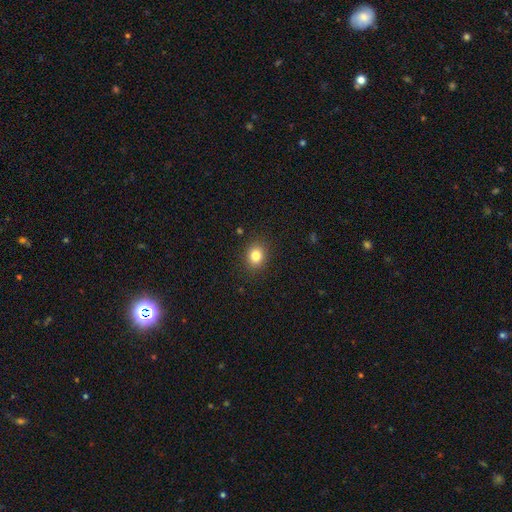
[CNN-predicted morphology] smooth_or_featured: smooth (p=0.82) [alt: star or artifact p=0.12]
how_rounded: round (p=0.66) [alt: in between p=0.33]
merging: none (p=0.89) [alt: minor disturbance p=0.08]